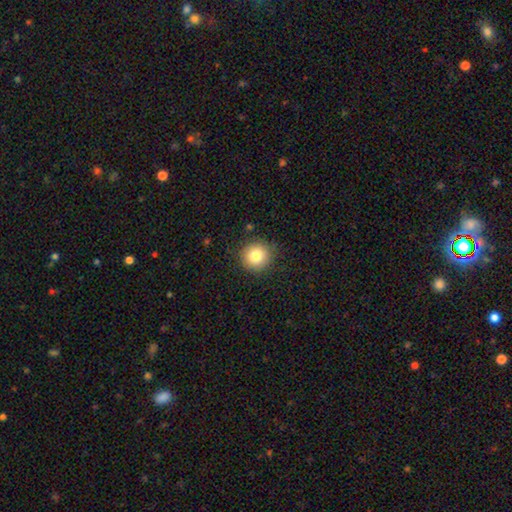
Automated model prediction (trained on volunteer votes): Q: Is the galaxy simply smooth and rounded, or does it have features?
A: smooth — 81%.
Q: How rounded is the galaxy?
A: round — 93%.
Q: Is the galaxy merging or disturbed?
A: none — 89%.